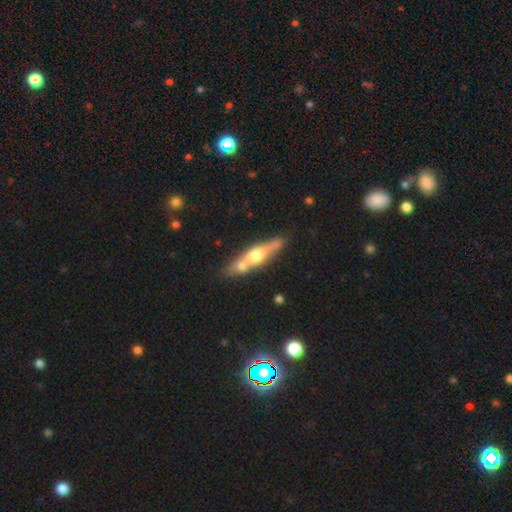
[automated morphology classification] Q: Smooth or featured?
A: featured or disk (59%); runner-up: smooth (35%)
Q: Edge-on disk?
A: yes (90%); runner-up: no (10%)
Q: Edge-on bulge?
A: rounded (85%); runner-up: boxy (9%)
Q: Merging?
A: none (68%); runner-up: merger (16%)